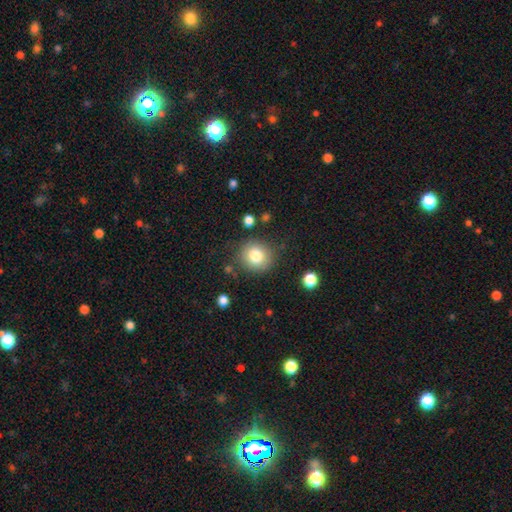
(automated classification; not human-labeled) Overall: smooth (80%). How rounded: round (88%). Merging: none (83%).